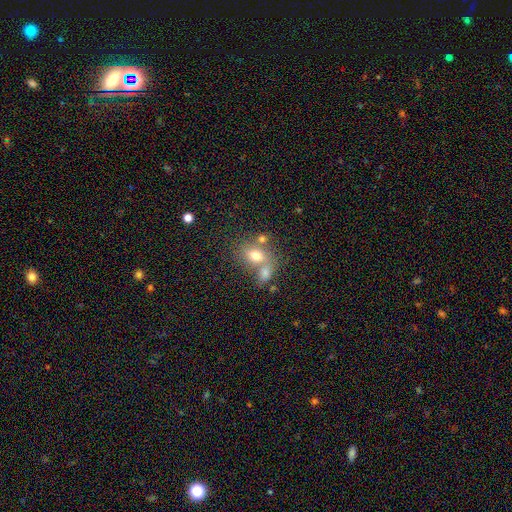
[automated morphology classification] type=smooth (70%); roundness=in between (63%); merging=merger (46%).